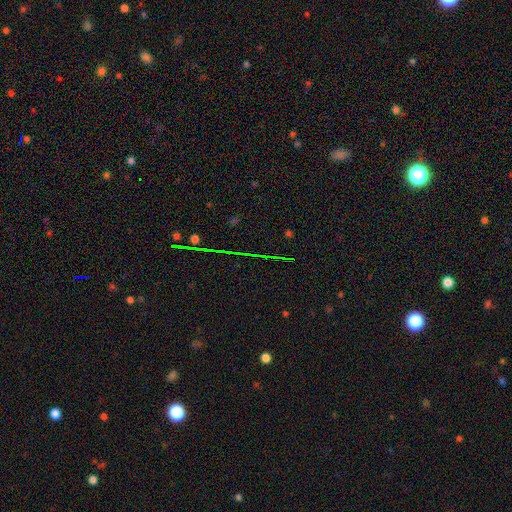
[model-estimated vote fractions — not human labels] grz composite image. It shows a star or artifact, not a galaxy (75%).